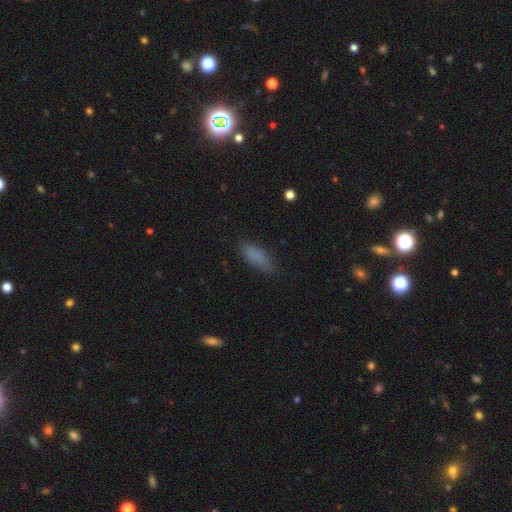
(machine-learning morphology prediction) smooth 84%, star or artifact 9%, featured or disk 7%. Down the decision tree: how rounded — in between (65%); merging — none (77%).